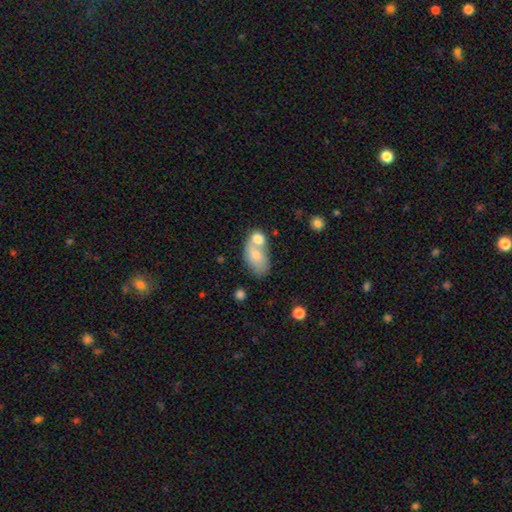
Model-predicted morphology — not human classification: Smooth or featured? smooth (72%)
How rounded? in between (89%)
Merging? merger (54%)